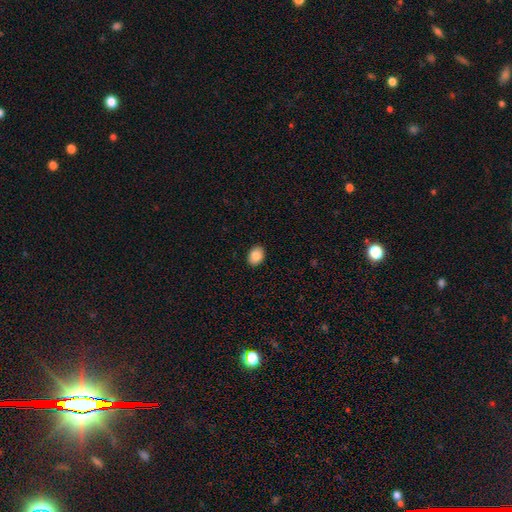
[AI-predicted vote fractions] Q: Smooth or featured?
A: smooth (85%); runner-up: star or artifact (8%)
Q: How rounded?
A: in between (69%); runner-up: round (30%)
Q: Merging?
A: none (90%); runner-up: minor disturbance (7%)